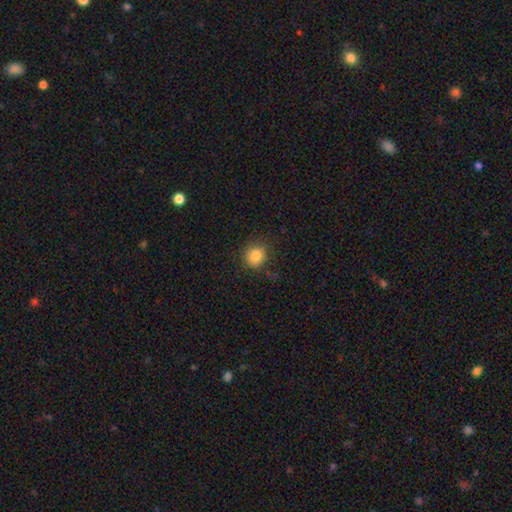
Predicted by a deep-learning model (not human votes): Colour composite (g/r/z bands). It shows a smooth galaxy with no disk features (83%) that is round (81%). Merging: none (81%).